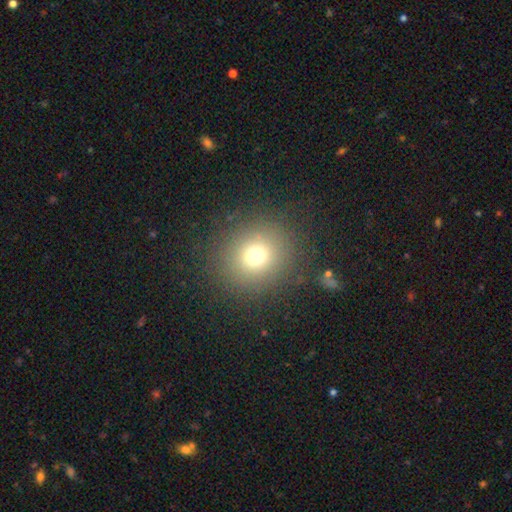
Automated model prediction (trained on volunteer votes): Morphology: type=smooth (73%); roundness=round (87%); merging=none (86%).